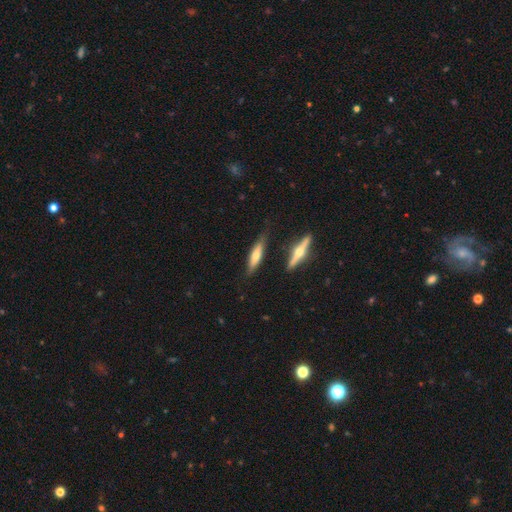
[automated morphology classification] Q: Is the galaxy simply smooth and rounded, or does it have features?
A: smooth — 52%.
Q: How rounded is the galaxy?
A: cigar-shaped — 74%.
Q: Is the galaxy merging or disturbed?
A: none — 76%.